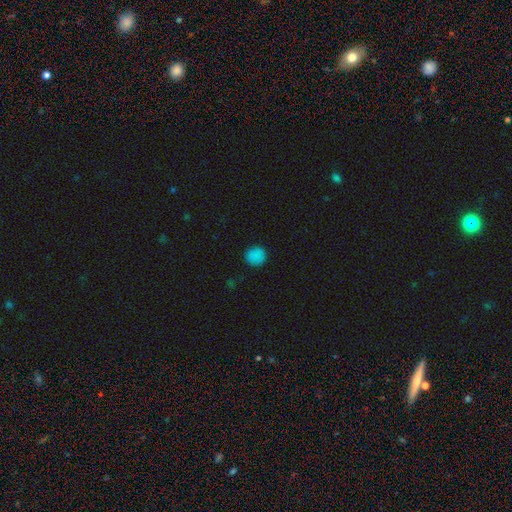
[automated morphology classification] Smooth or featured: smooth — 83% (star or artifact — 13%)
How rounded: round — 91% (in between — 8%)
Merging: none — 89% (minor disturbance — 8%)